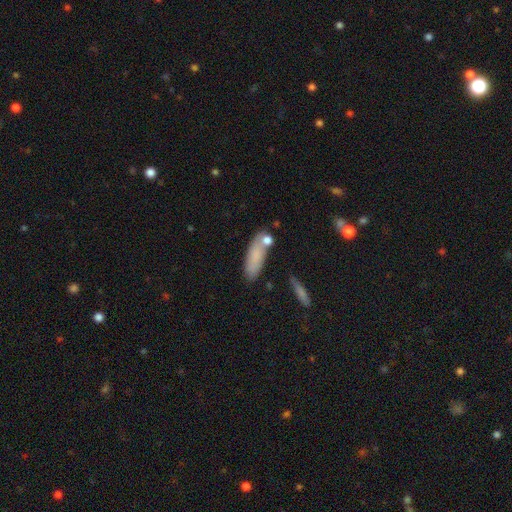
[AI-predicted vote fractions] A smooth galaxy with no disk features (79%) that is in between round and cigar-shaped (56%). Merging: none (67%).